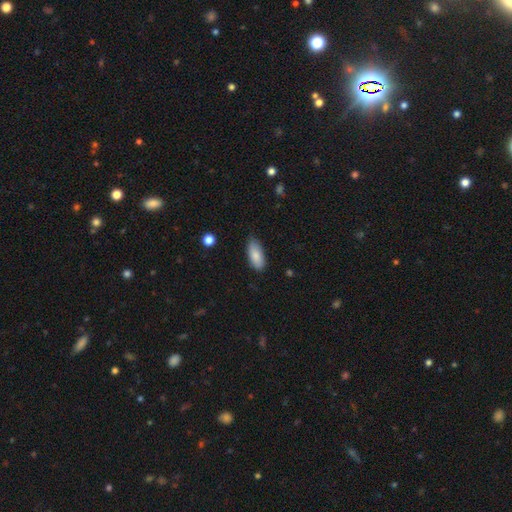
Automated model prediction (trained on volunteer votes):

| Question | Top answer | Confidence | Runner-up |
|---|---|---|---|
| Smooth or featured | smooth | 85% | featured or disk (9%) |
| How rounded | in between | 86% | cigar-shaped (12%) |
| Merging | none | 75% | minor disturbance (20%) |